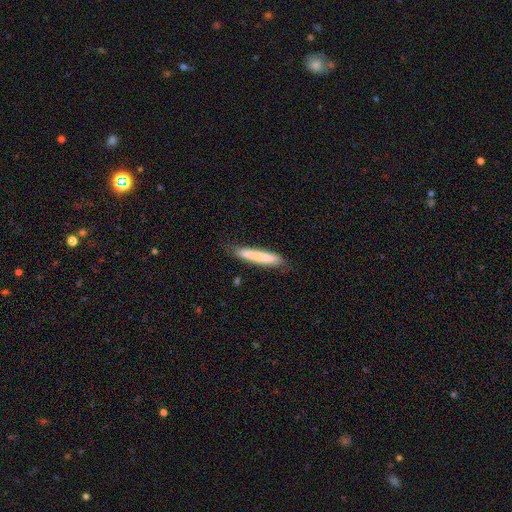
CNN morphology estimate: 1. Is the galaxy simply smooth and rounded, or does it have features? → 76% smooth, 18% featured or disk, 6% star or artifact.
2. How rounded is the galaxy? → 93% cigar-shaped, 5% in between, 1% round.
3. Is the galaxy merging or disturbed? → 76% none, 18% minor disturbance, 3% major disturbance, 3% merger.